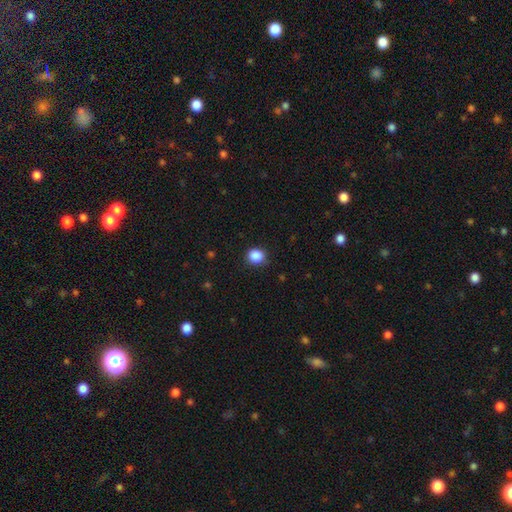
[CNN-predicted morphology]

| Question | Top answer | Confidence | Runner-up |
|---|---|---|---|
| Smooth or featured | smooth | 87% | star or artifact (10%) |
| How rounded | round | 81% | in between (18%) |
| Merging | none | 86% | minor disturbance (10%) |